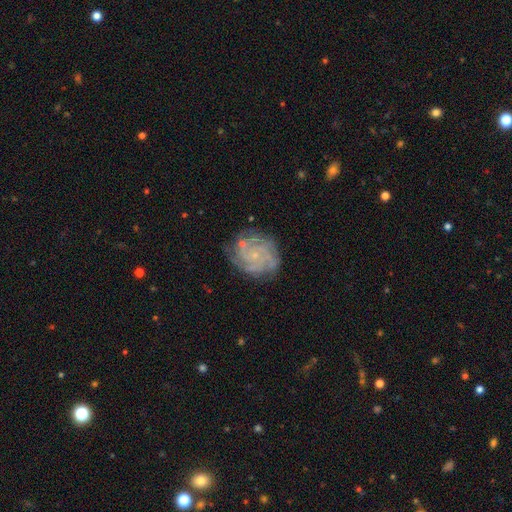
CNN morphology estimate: This appears to be a featured or disk galaxy (85%) with no bar (77%), 4 (30%) tight (71%) spiral arms (97%) and a small central bulge (80%). Merging: none (76%).